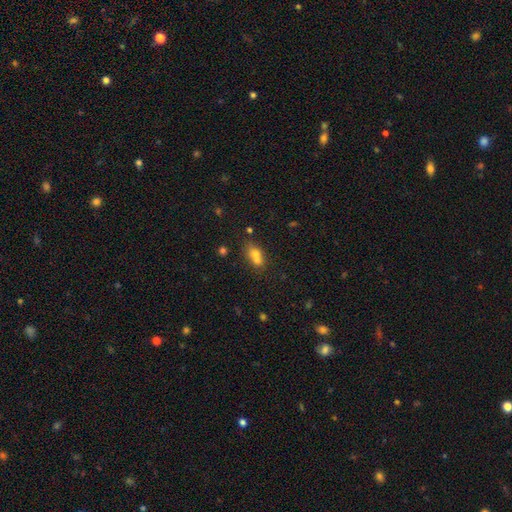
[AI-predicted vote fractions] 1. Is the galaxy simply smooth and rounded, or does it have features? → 70% smooth, 17% featured or disk, 14% star or artifact.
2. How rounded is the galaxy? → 64% in between, 31% round, 5% cigar-shaped.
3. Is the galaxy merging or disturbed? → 52% merger, 32% none, 11% minor disturbance, 5% major disturbance.